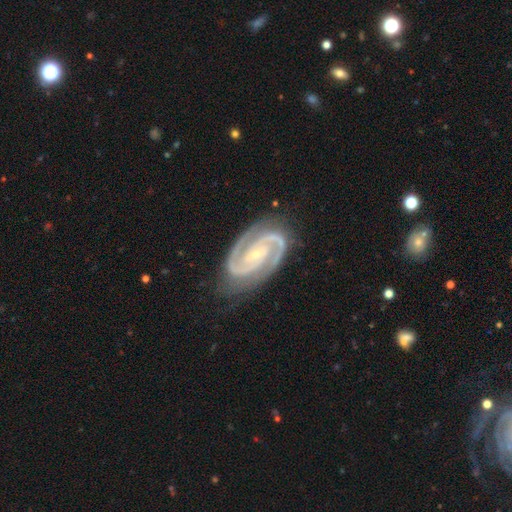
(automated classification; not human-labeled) Smooth or featured? featured or disk (93%)
Edge-on disk? no (98%)
Bar? no (43%)
Spiral arms? yes (99%)
Spiral winding? tight (55%)
Spiral arm count? 2 (92%)
Bulge size? small (74%)
Merging? none (82%)